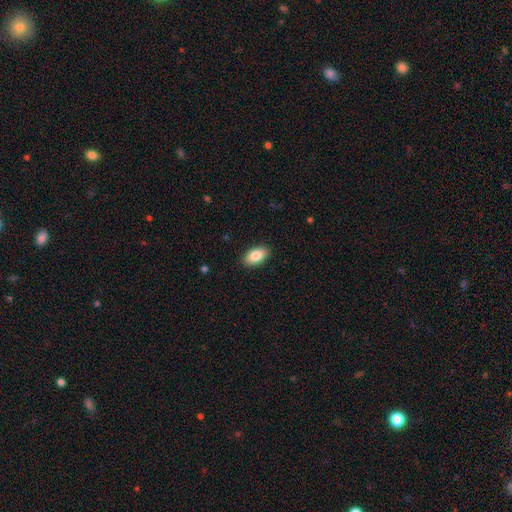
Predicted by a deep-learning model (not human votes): smooth-or-featured: smooth: 86% | featured or disk: 7% | star or artifact: 7%
  how-rounded: in between: 94% | round: 3% | cigar-shaped: 3%
  merging: none: 89% | minor disturbance: 8% | major disturbance: 2% | merger: 1%